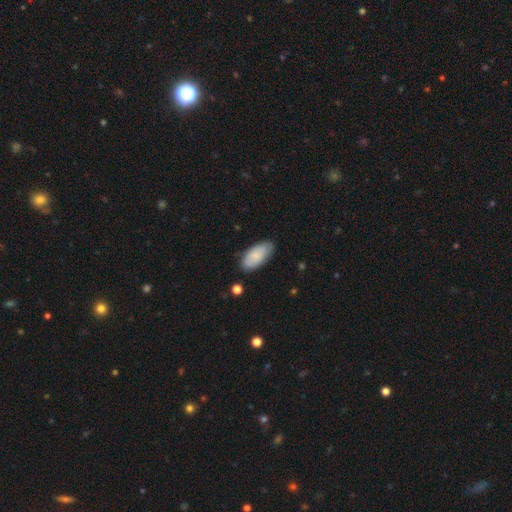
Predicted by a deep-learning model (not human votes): Overall: smooth (80%). How rounded: in between (91%). Merging: none (77%).